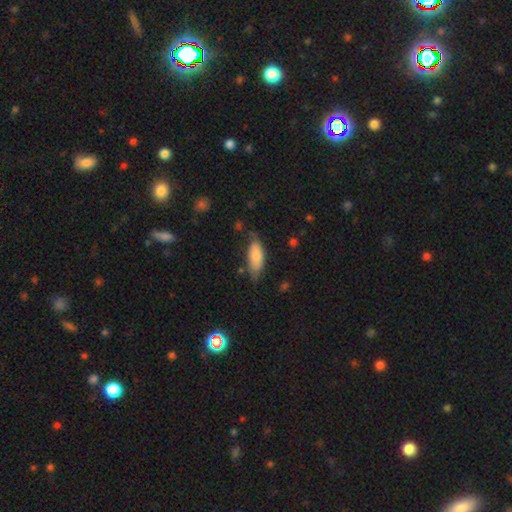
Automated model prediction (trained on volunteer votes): The model was most divided on "merging": none: 60%, minor disturbance: 30%, major disturbance: 7%, merger: 3%. More confident: how rounded — in between (78%); smooth or featured — smooth (77%).